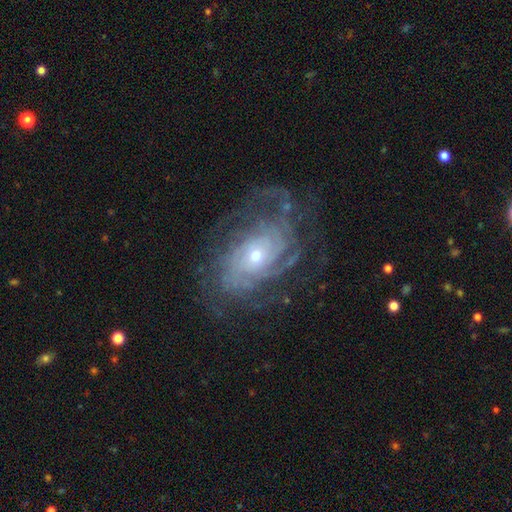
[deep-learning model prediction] The model was most divided on "spiral arm count": can't tell: 38%, 4: 16%, 3: 14%, 2: 14%, more than 4: 11%, 1: 6%. More confident: edge-on disk — no (96%); spiral arms — yes (94%); smooth or featured — featured or disk (86%); bar — no (75%); merging — none (67%); spiral winding — tight (67%); bulge size — small (64%).